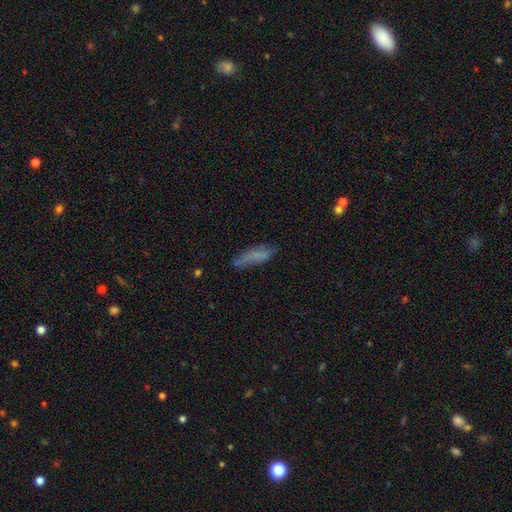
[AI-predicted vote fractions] Smooth or featured: smooth — 66% (featured or disk — 22%)
How rounded: cigar-shaped — 64% (in between — 34%)
Merging: none — 56% (minor disturbance — 28%)